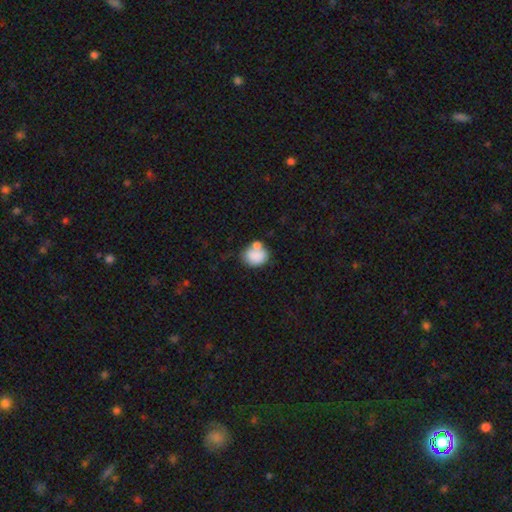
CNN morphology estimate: smooth 81%, featured or disk 11%, star or artifact 8%. Down the decision tree: how rounded — round (54%); merging — none (44%).